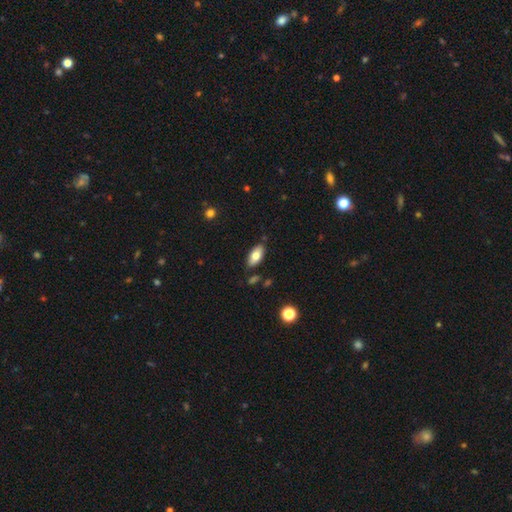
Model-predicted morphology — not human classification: smooth 75%, featured or disk 17%, star or artifact 7%. Down the decision tree: how rounded — in between (89%); merging — none (83%).